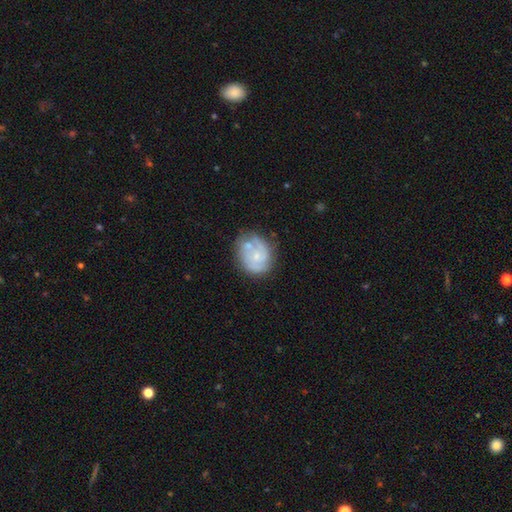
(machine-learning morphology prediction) Overall: featured or disk (64%; smooth 29%). Edge-on disk: no (98%). Bar: no (79%). Spiral arms: yes (74%). Bulge size: small (66%). Merging: none (55%; minor disturbance 23%).